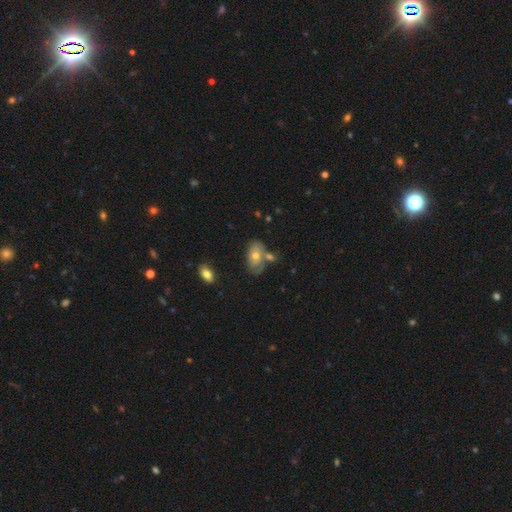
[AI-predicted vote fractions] A smooth galaxy with no disk features (54%) that is in between round and cigar-shaped (89%).

Vote fractions:
- Smooth or featured? smooth: 54% / featured or disk: 38% / star or artifact: 8%
- How rounded? in between: 89% / round: 9% / cigar-shaped: 2%
- Merging? none: 50% / merger: 22% / minor disturbance: 21% / major disturbance: 7%